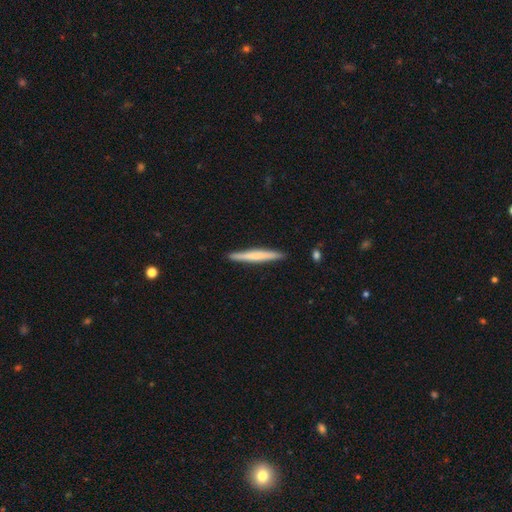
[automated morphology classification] smooth 58%, featured or disk 37%, star or artifact 5%. Down the decision tree: how rounded — cigar-shaped (96%); merging — none (91%).